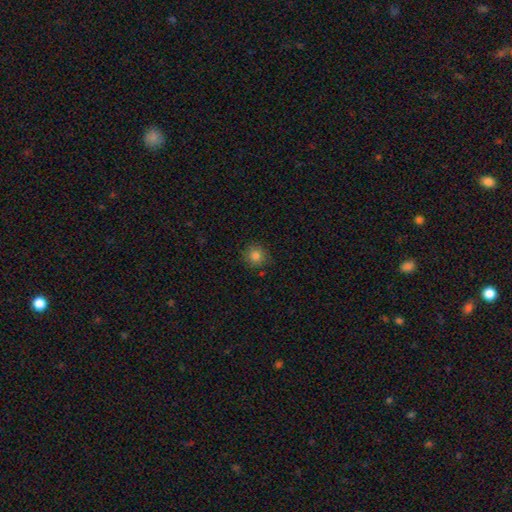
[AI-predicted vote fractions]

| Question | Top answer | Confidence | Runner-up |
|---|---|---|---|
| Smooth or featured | smooth | 82% | star or artifact (12%) |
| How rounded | round | 91% | in between (8%) |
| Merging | none | 84% | minor disturbance (12%) |